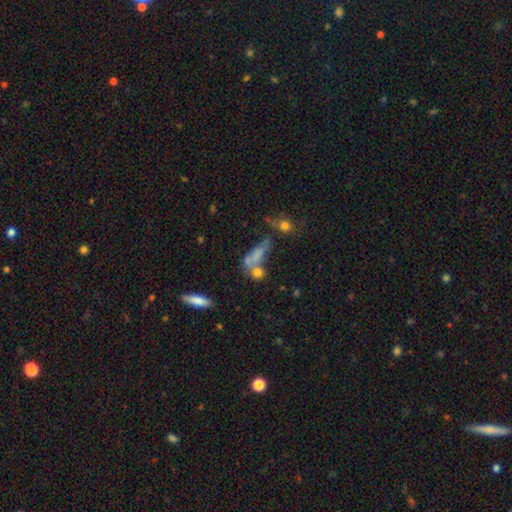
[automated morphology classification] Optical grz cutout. It shows a smooth galaxy with no disk features (61%) that is in between round and cigar-shaped (48%). Merging: merger (35%).